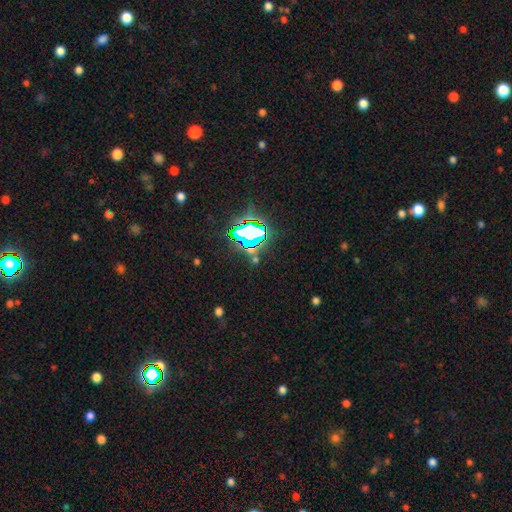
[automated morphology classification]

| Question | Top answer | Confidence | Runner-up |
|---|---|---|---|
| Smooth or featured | star or artifact | 76% | smooth (15%) |